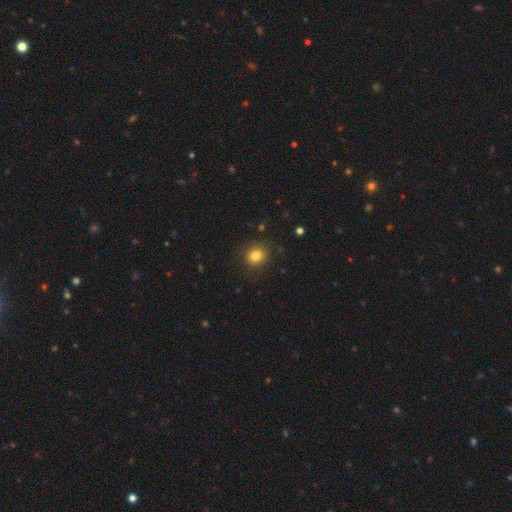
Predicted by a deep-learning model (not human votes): smooth_or_featured: smooth (p=0.82) [alt: star or artifact p=0.12]
how_rounded: round (p=0.85) [alt: in between p=0.14]
merging: none (p=0.87) [alt: minor disturbance p=0.08]